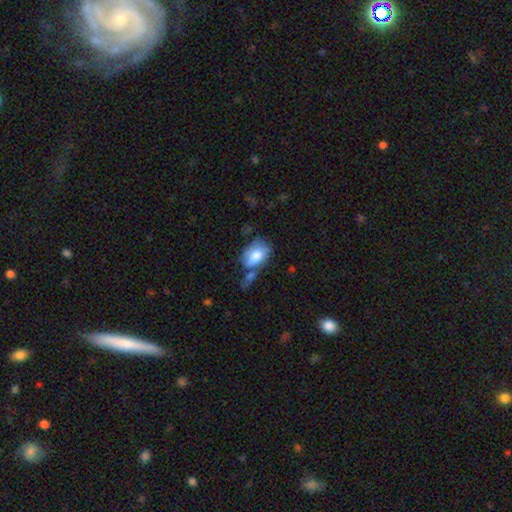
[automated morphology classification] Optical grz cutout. It shows a smooth galaxy with no disk features (75%) that is in between round and cigar-shaped (83%). Merging: none (39%).